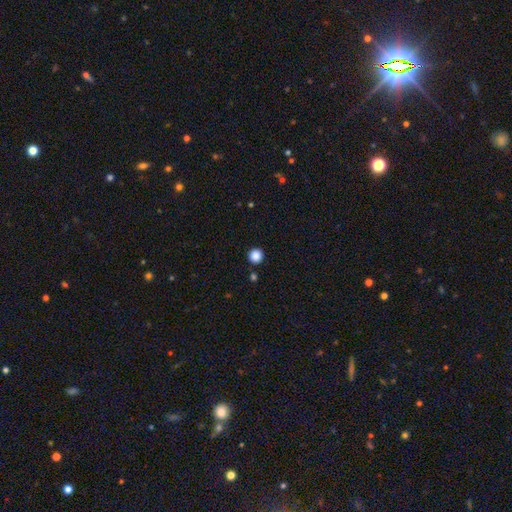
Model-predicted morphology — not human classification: This appears to be a smooth galaxy with no disk features (87%) that is round (96%). Merging: none (91%).